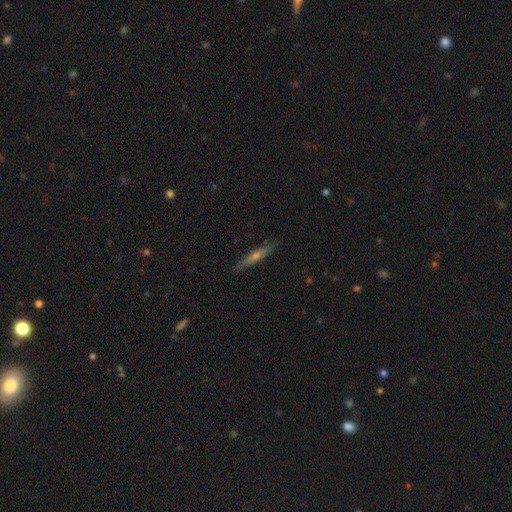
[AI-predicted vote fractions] Smooth or featured: featured or disk — 59% (smooth — 34%)
Edge-on disk: yes — 93% (no — 7%)
Edge-on bulge: rounded — 70% (none — 24%)
Merging: none — 88% (minor disturbance — 9%)